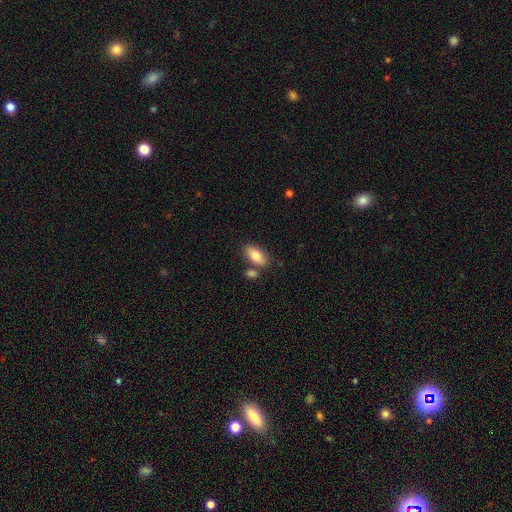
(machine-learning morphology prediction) Smooth or featured?
  - smooth: 79% *
  - featured or disk: 15%
  - star or artifact: 6%
How rounded?
  - in between: 91% *
  - cigar-shaped: 5%
  - round: 4%
Merging?
  - none: 71% *
  - merger: 14%
  - minor disturbance: 12%
  - major disturbance: 3%